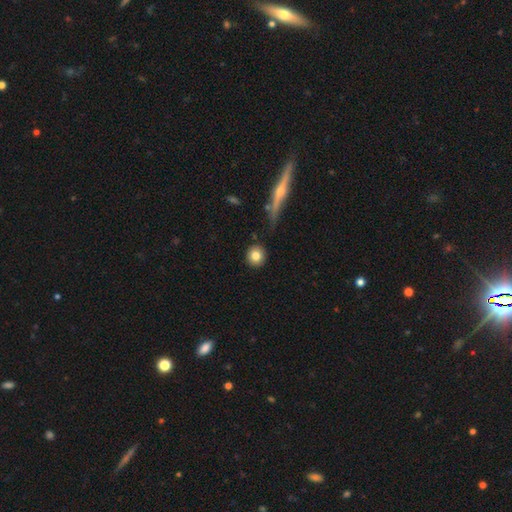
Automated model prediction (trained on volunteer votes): Overall: smooth (81%). How rounded: round (90%). Merging: none (87%).